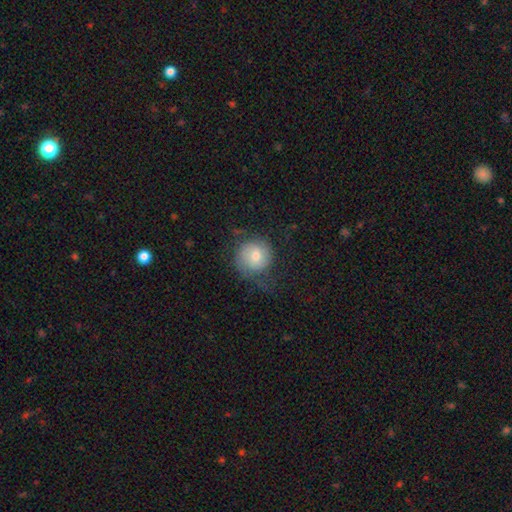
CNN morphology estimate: Smooth or featured?
  - smooth: 61% *
  - featured or disk: 32%
  - star or artifact: 8%
How rounded?
  - round: 90% *
  - in between: 9%
  - cigar-shaped: 1%
Merging?
  - none: 53% *
  - major disturbance: 23%
  - minor disturbance: 22%
  - merger: 2%